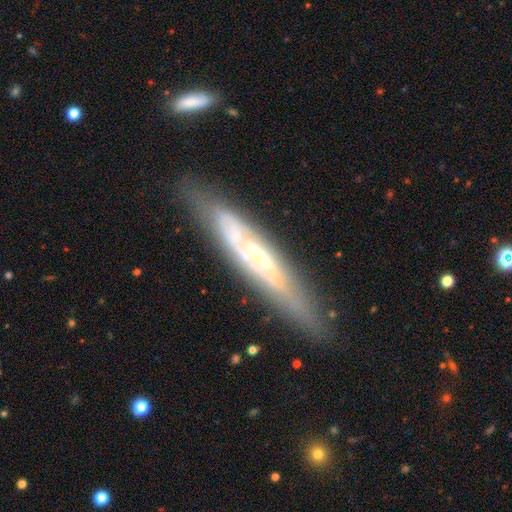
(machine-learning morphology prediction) smooth-or-featured: featured or disk: 70% | smooth: 23% | star or artifact: 7%
  disk-edge-on: yes: 62% | no: 38%
  merging: none: 77% | minor disturbance: 16% | major disturbance: 5% | merger: 3%